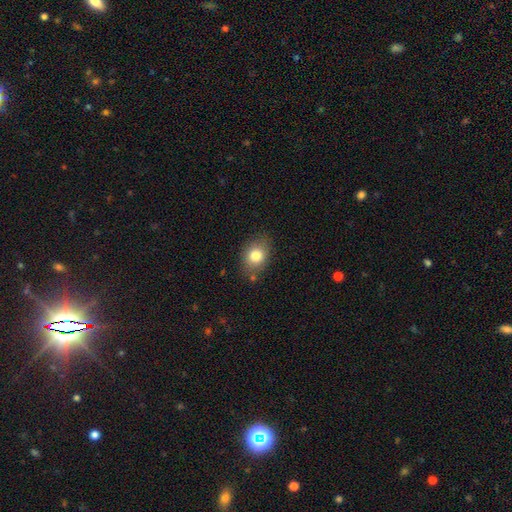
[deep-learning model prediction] This is clearly a smooth galaxy (80%). How rounded: likely in between (63%). Merging: likely none (77%).